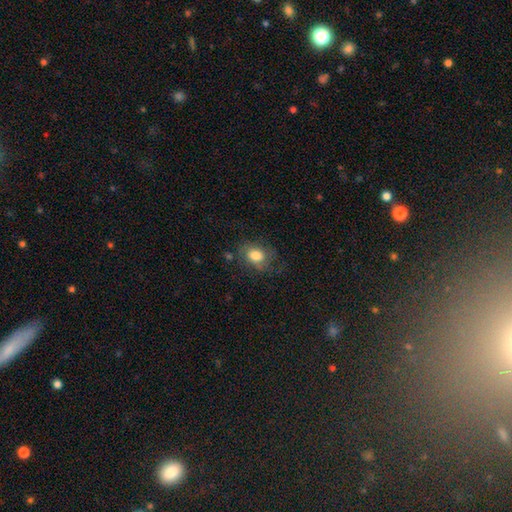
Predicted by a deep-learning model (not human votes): Smooth or featured? smooth (72%)
How rounded? in between (66%)
Merging? none (60%)